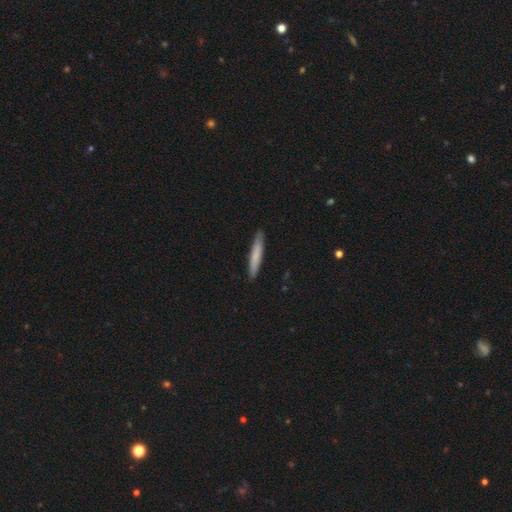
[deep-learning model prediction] smooth-or-featured: smooth: 76% | featured or disk: 18% | star or artifact: 6%
  how-rounded: cigar-shaped: 92% | in between: 7% | round: 1%
  merging: none: 89% | minor disturbance: 8% | major disturbance: 1% | merger: 1%